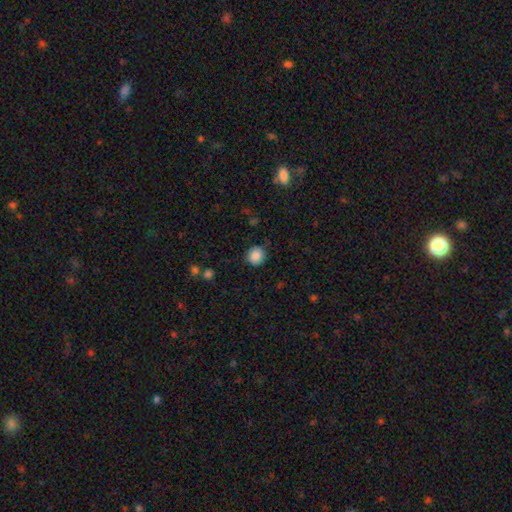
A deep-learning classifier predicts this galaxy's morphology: type=smooth (88%); roundness=round (89%); merging=none (85%).